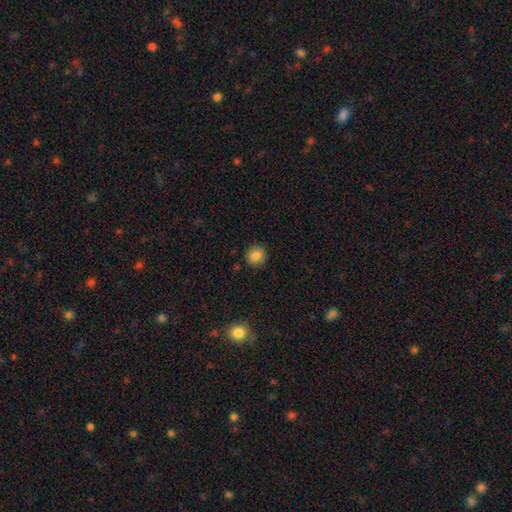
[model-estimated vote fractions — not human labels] Smooth or featured? smooth (84%)
How rounded? round (88%)
Merging? none (89%)